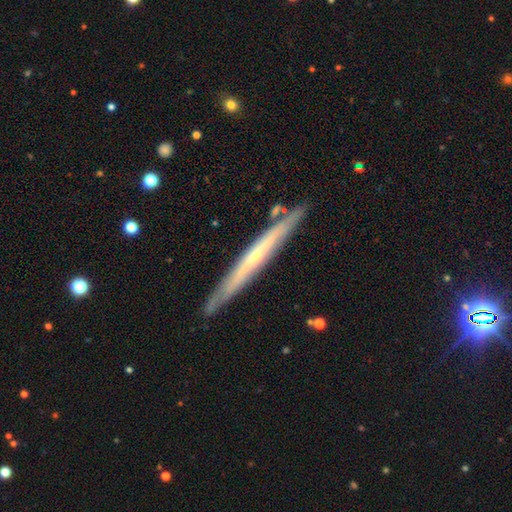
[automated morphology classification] type=featured or disk (71%); edge-on=yes (93%); edge-on bulge=none (49%); merging=none (85%).